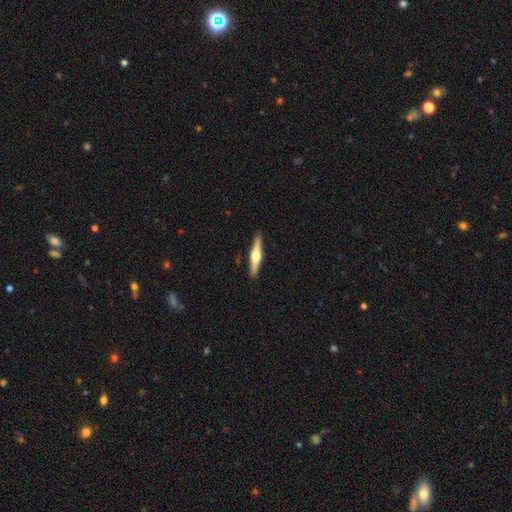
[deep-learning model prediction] Overall: featured or disk (68%). Edge-on disk: yes (98%). Edge-on bulge: rounded (94%). Merging: none (92%).